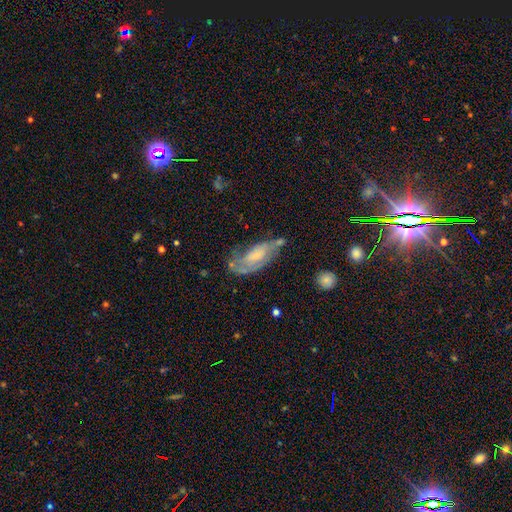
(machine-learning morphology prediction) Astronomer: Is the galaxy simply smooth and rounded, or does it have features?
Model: featured or disk — 59%.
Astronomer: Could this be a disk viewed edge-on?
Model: no — 88%.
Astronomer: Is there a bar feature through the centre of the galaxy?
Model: no — 62%.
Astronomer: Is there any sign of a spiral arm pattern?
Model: yes — 72%.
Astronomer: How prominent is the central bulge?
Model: small — 38% (runner-up: moderate, 29%).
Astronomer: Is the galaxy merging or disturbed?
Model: none — 45% (runner-up: minor disturbance, 28%).